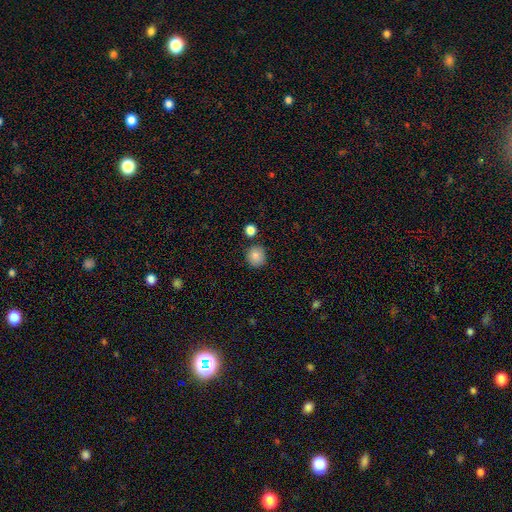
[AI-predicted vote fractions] The model was most divided on "smooth or featured": smooth: 84%, star or artifact: 10%, featured or disk: 7%. More confident: how rounded — round (90%); merging — none (84%).